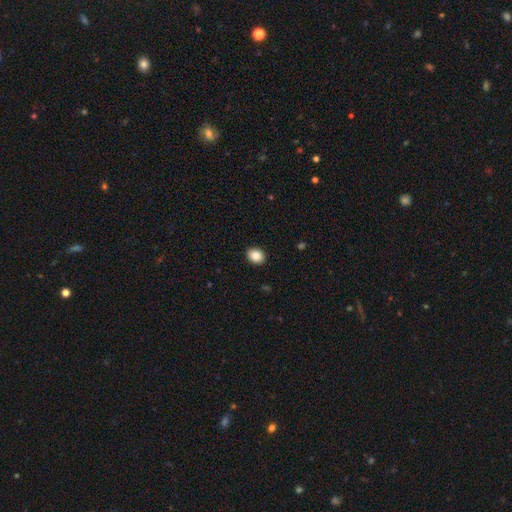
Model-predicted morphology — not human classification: smooth_or_featured: smooth (p=0.85) [alt: star or artifact p=0.09]
how_rounded: in between (p=0.60) [alt: round p=0.40]
merging: none (p=0.91) [alt: minor disturbance p=0.06]